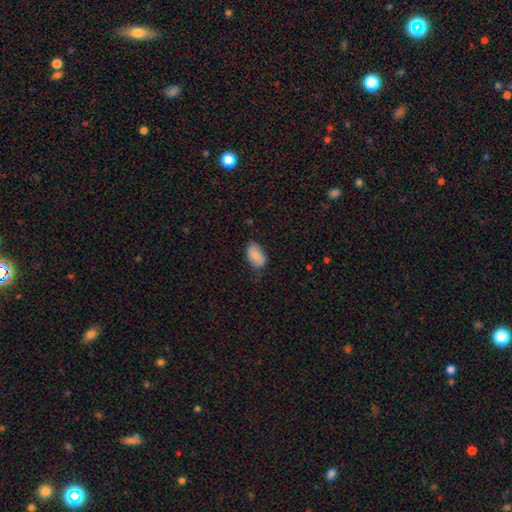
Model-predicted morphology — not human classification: Q: Smooth or featured?
A: smooth (85%); runner-up: featured or disk (9%)
Q: How rounded?
A: in between (93%); runner-up: round (5%)
Q: Merging?
A: none (67%); runner-up: minor disturbance (27%)